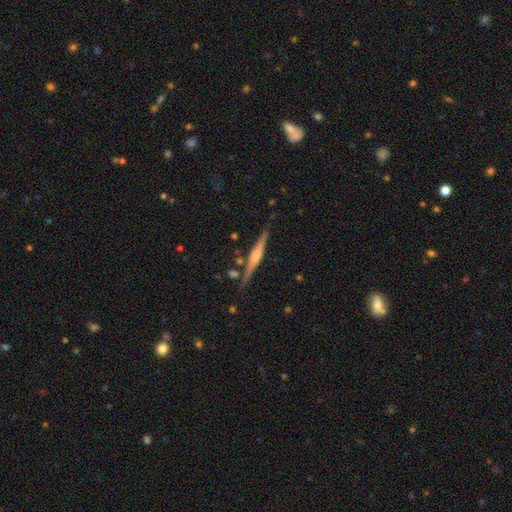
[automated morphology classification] The model was most divided on "edge-on bulge": rounded: 63%, boxy: 25%, none: 12%. More confident: edge-on disk — yes (98%); merging — none (85%); smooth or featured — featured or disk (72%).